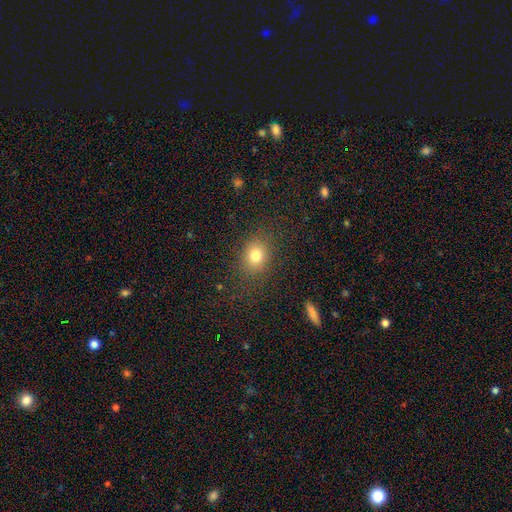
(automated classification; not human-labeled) Overall: smooth (78%). How rounded: round (56%; in between 43%). Merging: none (82%).